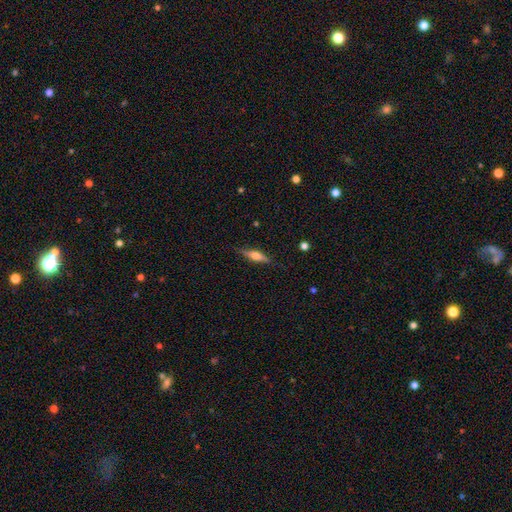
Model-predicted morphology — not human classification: Smooth or featured? Predicted: featured or disk (p=0.55). Edge-on disk? Predicted: yes (p=0.95). Edge-on bulge? Predicted: rounded (p=0.87). Merging? Predicted: none (p=0.85).